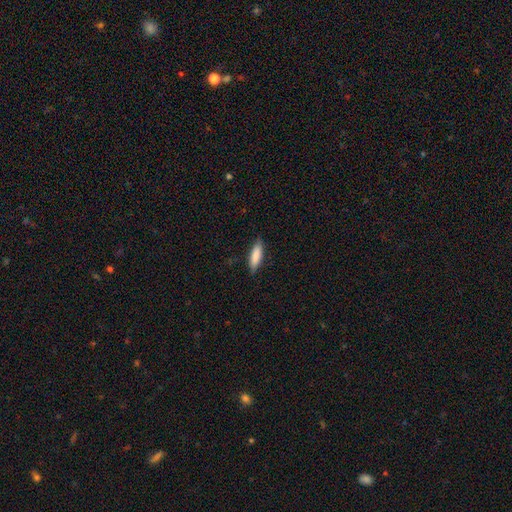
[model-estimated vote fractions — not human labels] Smooth or featured?
  - smooth: 85% *
  - featured or disk: 10%
  - star or artifact: 5%
How rounded?
  - cigar-shaped: 55% *
  - in between: 43%
  - round: 2%
Merging?
  - none: 84% *
  - minor disturbance: 13%
  - major disturbance: 2%
  - merger: 1%